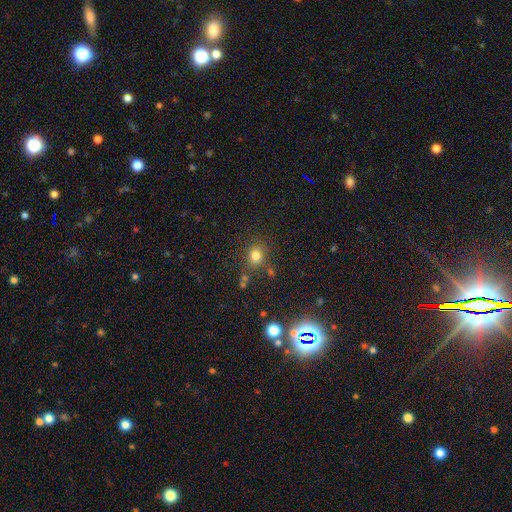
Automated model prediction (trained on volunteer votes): smooth_or_featured: smooth (p=0.77) [alt: star or artifact p=0.16]
how_rounded: round (p=0.76) [alt: in between p=0.23]
merging: none (p=0.78) [alt: minor disturbance p=0.11]